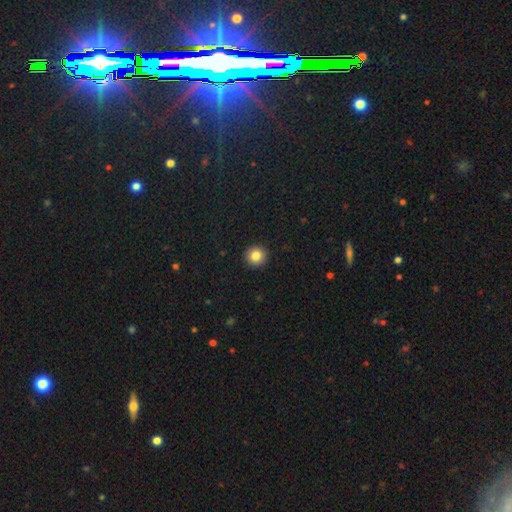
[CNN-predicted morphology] Smooth or featured? Predicted: smooth (p=0.84). How rounded? Predicted: round (p=0.95). Merging? Predicted: none (p=0.93).